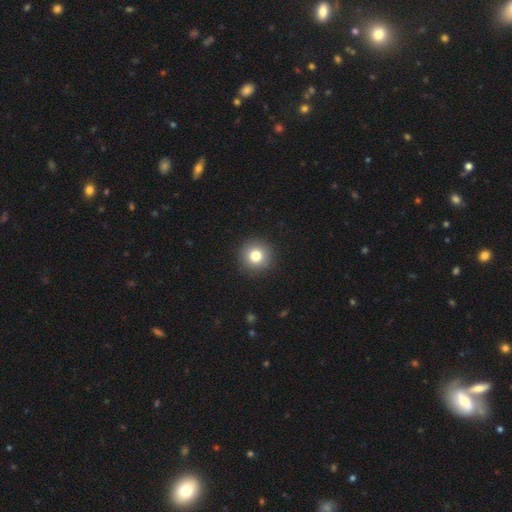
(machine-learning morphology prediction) Smooth or featured? smooth (80%)
How rounded? round (94%)
Merging? none (92%)